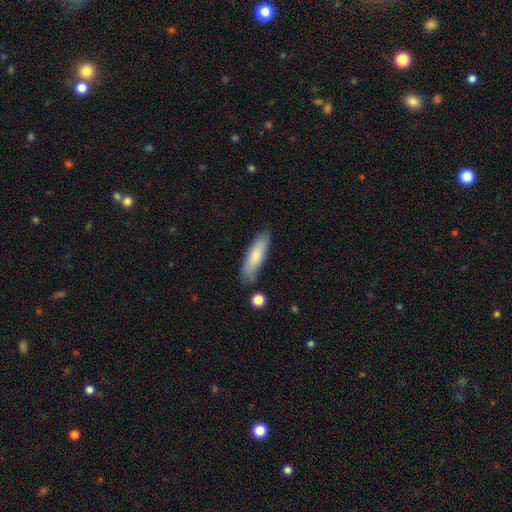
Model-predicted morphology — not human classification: This is clearly a smooth galaxy (81%). How rounded: possibly cigar-shaped (59%). Merging: clearly none (81%).